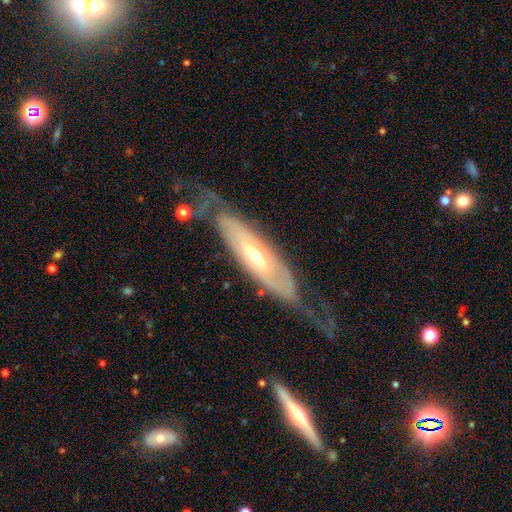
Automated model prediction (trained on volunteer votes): smooth_or_featured: featured or disk (p=0.77) [alt: smooth p=0.18]
disk_edge_on: no (p=0.74) [alt: yes p=0.26]
bar: no (p=0.64) [alt: weak p=0.23]
has_spiral_arms: yes (p=0.75) [alt: no p=0.25]
bulge_size: moderate (p=0.60) [alt: small p=0.33]
merging: none (p=0.54) [alt: minor disturbance p=0.22]